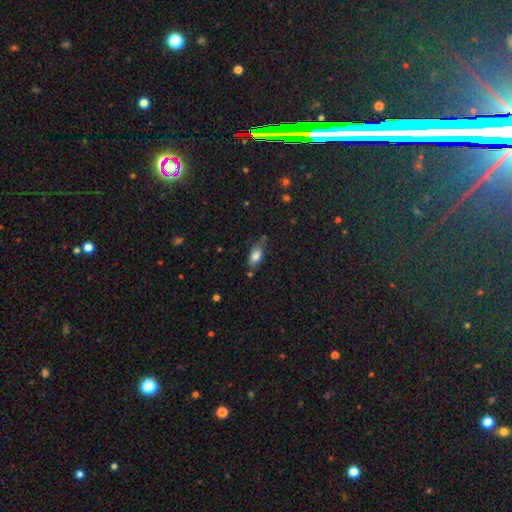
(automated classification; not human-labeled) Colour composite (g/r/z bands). It shows a smooth galaxy with no disk features (75%) that is in between round and cigar-shaped (81%). Merging: none (55%).